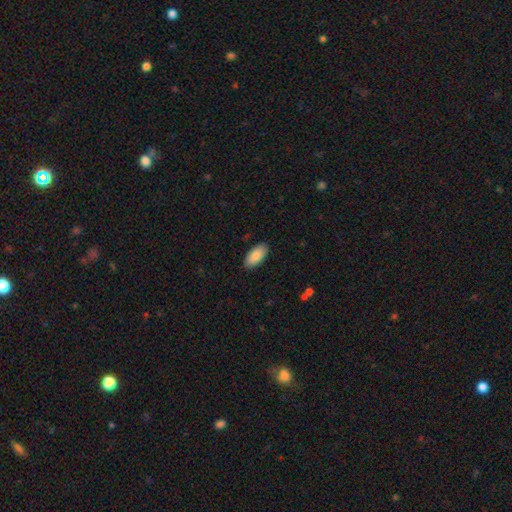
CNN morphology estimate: type=smooth (87%); roundness=in between (94%); merging=none (89%).